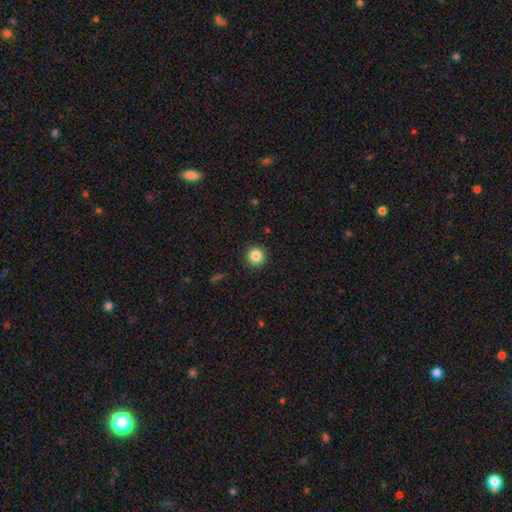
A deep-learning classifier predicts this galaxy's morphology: This appears to be a smooth galaxy with no disk features (85%) that is round (96%). Merging: none (92%).